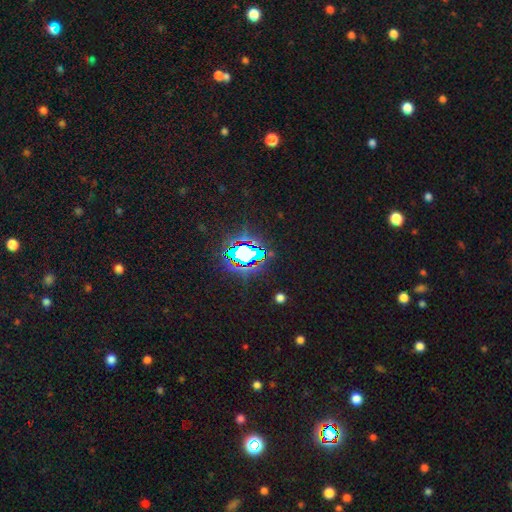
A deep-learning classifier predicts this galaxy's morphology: type=star or artifact (72%).